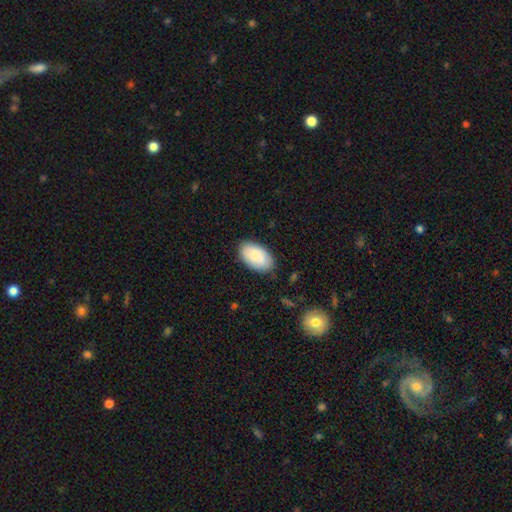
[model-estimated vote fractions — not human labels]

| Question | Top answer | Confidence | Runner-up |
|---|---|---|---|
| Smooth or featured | smooth | 83% | featured or disk (11%) |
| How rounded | in between | 95% | round (4%) |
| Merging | none | 84% | minor disturbance (12%) |